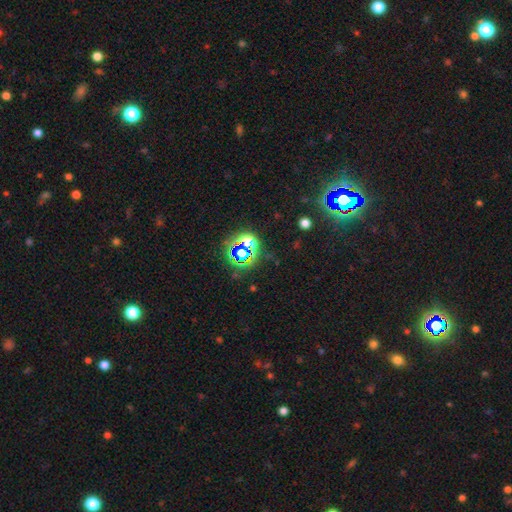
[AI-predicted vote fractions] Smooth or featured?
  - star or artifact: 75% *
  - smooth: 16%
  - featured or disk: 9%